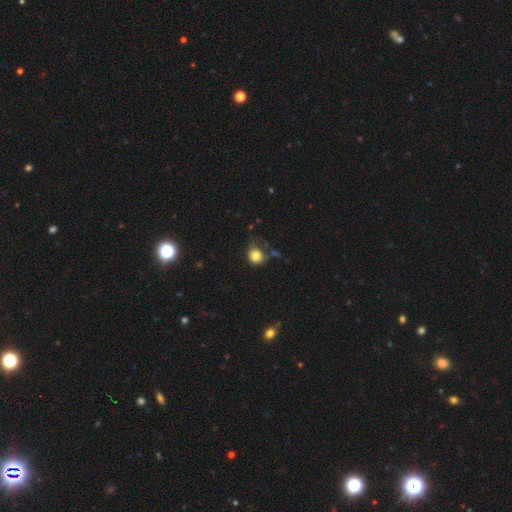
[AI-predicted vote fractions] A smooth galaxy with no disk features (83%) that is round (80%). Merging: none (58%).